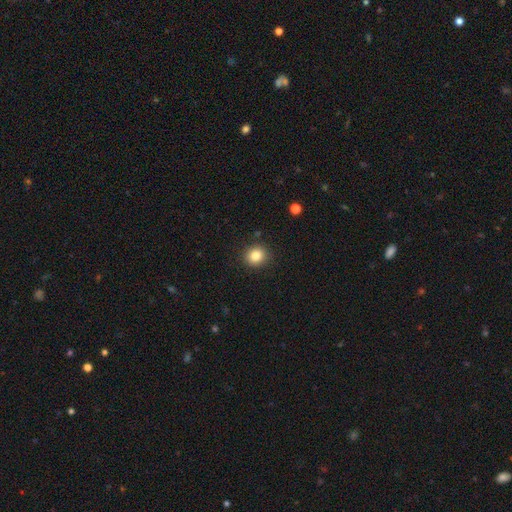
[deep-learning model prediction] Smooth or featured: smooth — 83% (star or artifact — 11%)
How rounded: round — 85% (in between — 15%)
Merging: none — 90% (minor disturbance — 7%)